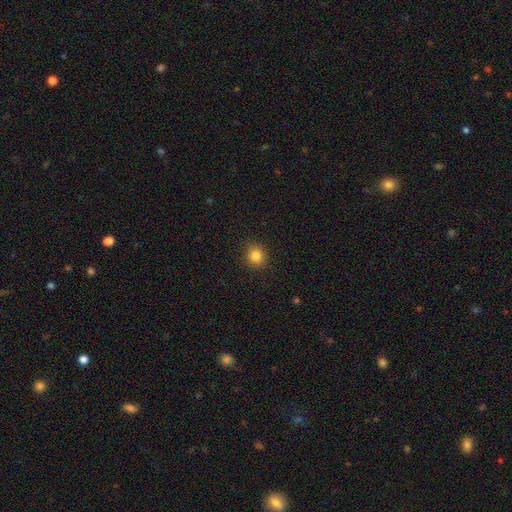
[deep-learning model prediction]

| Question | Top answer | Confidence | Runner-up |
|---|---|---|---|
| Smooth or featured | smooth | 83% | star or artifact (12%) |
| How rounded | round | 86% | in between (14%) |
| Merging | none | 89% | minor disturbance (7%) |